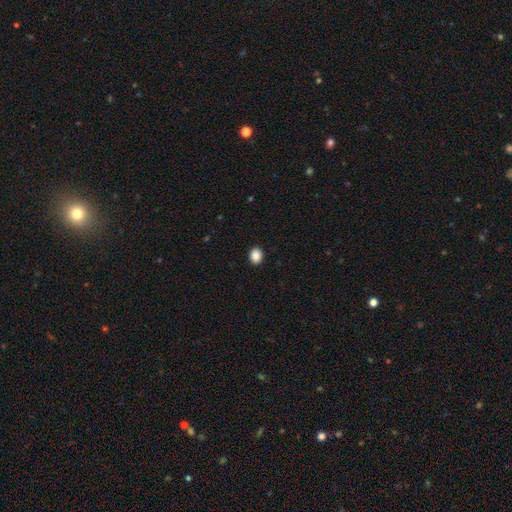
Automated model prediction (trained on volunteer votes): A smooth galaxy with no disk features (89%) that is round (51%).

Vote fractions:
- Smooth or featured? smooth: 89% / star or artifact: 9% / featured or disk: 2%
- How rounded? round: 51% / in between: 48% / cigar-shaped: 1%
- Merging? none: 91% / minor disturbance: 6% / major disturbance: 2% / merger: 1%